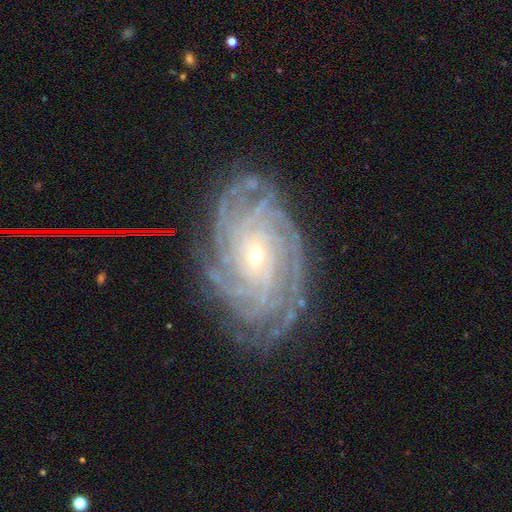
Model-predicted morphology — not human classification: featured or disk 90%, star or artifact 6%, smooth 4%. Down the decision tree: edge-on disk — no (97%); bar — no (44%); spiral arms — yes (98%); spiral arm count — more than 4 (37%); spiral winding — tight (80%); bulge size — small (73%); merging — none (78%).